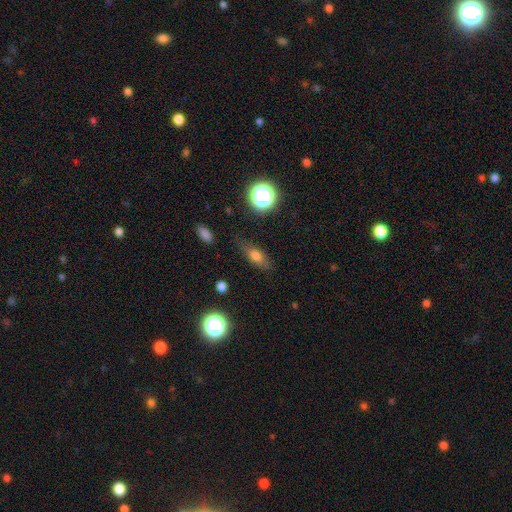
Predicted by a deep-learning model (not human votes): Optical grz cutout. It shows a smooth galaxy with no disk features (69%) that is in between round and cigar-shaped (68%). Merging: none (73%).